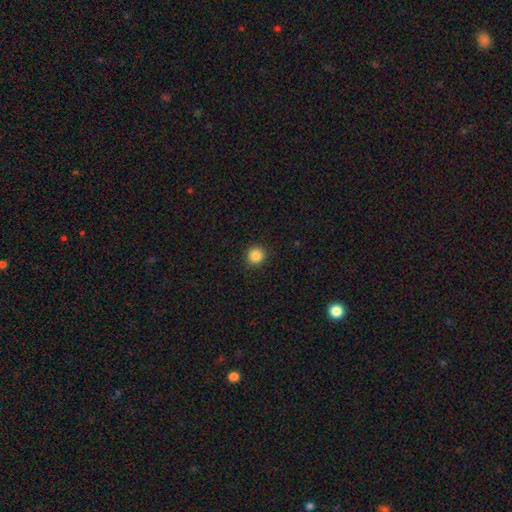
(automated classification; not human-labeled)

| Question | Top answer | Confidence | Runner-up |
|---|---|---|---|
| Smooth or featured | smooth | 86% | star or artifact (10%) |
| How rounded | round | 95% | in between (4%) |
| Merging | none | 92% | minor disturbance (5%) |